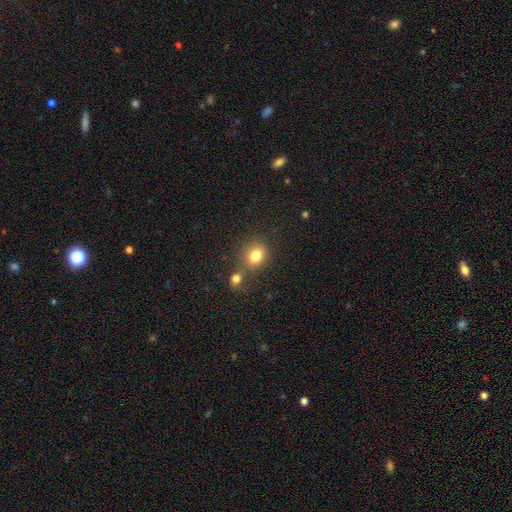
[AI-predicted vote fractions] Overall: smooth (80%). How rounded: round (60%; in between 39%). Merging: none (60%; merger 24%).